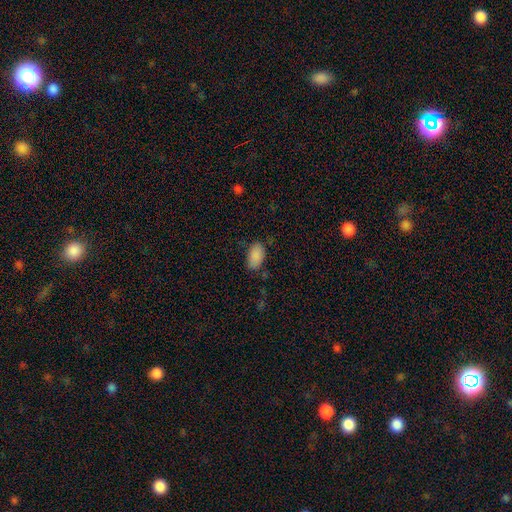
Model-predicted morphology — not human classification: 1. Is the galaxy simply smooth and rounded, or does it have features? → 88% smooth, 8% star or artifact, 4% featured or disk.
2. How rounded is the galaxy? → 93% in between, 5% round, 2% cigar-shaped.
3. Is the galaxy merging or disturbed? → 76% none, 18% minor disturbance, 4% major disturbance, 2% merger.